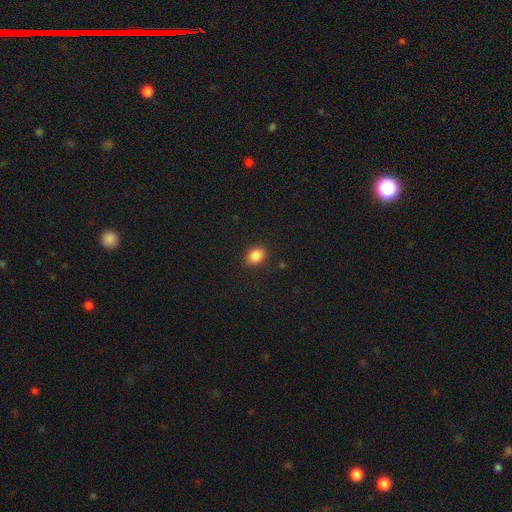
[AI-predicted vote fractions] smooth 86%, star or artifact 10%, featured or disk 5%. Down the decision tree: how rounded — in between (65%); merging — none (90%).